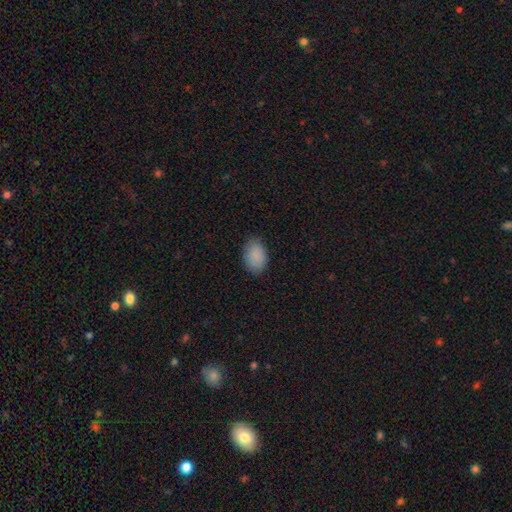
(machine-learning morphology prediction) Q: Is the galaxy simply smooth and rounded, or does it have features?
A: smooth — 89%.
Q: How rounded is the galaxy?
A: in between — 86%.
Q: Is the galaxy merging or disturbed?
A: none — 82%.